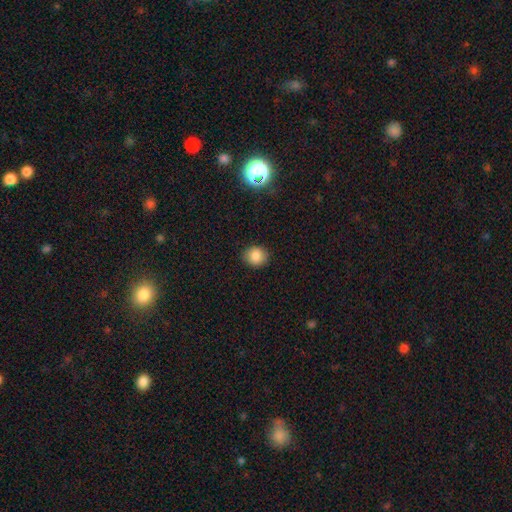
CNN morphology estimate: Smooth or featured? Predicted: smooth (p=0.85). How rounded? Predicted: round (p=0.78). Merging? Predicted: none (p=0.88).